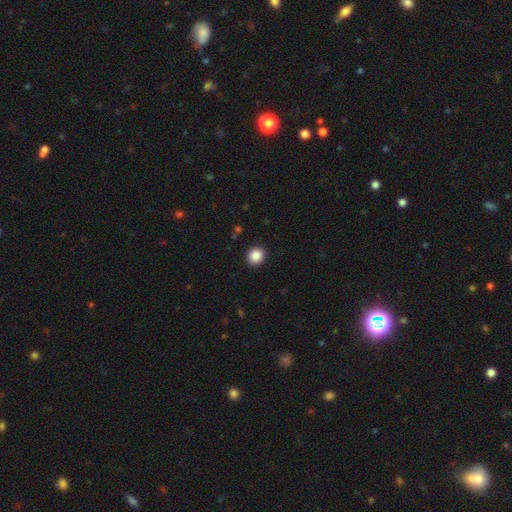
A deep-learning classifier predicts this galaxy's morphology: A smooth galaxy with no disk features (87%) that is round (90%).

Vote fractions:
- Smooth or featured? smooth: 87% / star or artifact: 10% / featured or disk: 3%
- How rounded? round: 90% / in between: 9% / cigar-shaped: 1%
- Merging? none: 92% / minor disturbance: 5% / major disturbance: 2% / merger: 1%